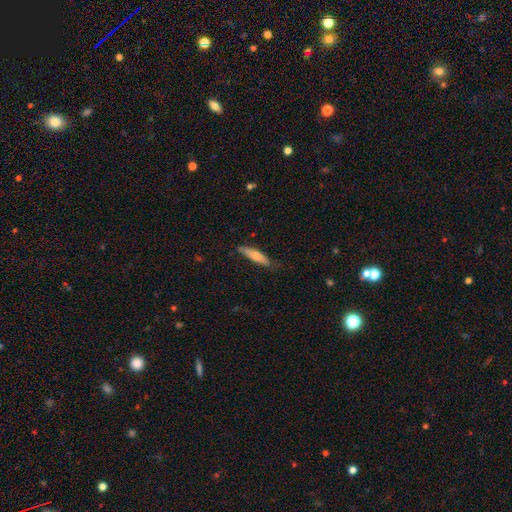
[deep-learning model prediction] This is likely a smooth galaxy (75%). How rounded: likely cigar-shaped (77%). Merging: likely none (75%).